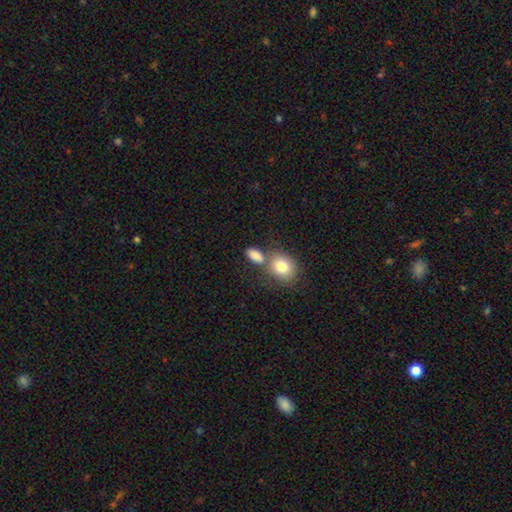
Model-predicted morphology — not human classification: Smooth or featured? smooth (85%)
How rounded? in between (82%)
Merging? none (52%)